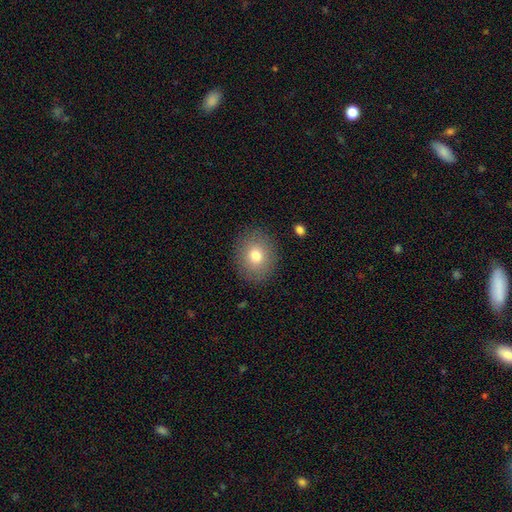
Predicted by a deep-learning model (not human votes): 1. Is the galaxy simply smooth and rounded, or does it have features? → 77% smooth, 13% featured or disk, 10% star or artifact.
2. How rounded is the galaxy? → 61% round, 38% in between, 1% cigar-shaped.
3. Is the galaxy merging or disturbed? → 87% none, 8% minor disturbance, 3% major disturbance, 1% merger.